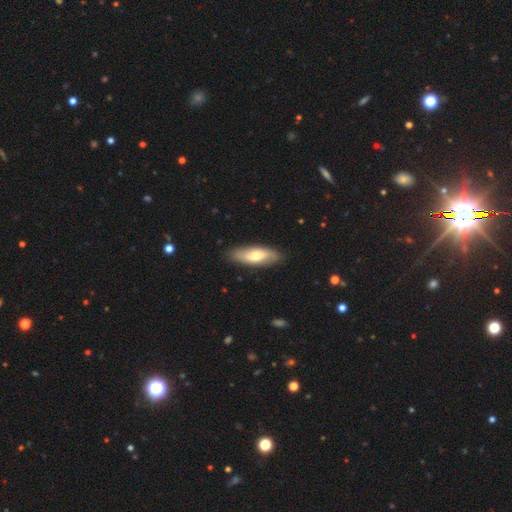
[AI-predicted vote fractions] Smooth or featured? Predicted: smooth (p=0.59). How rounded? Predicted: in between (p=0.68). Merging? Predicted: none (p=0.85).